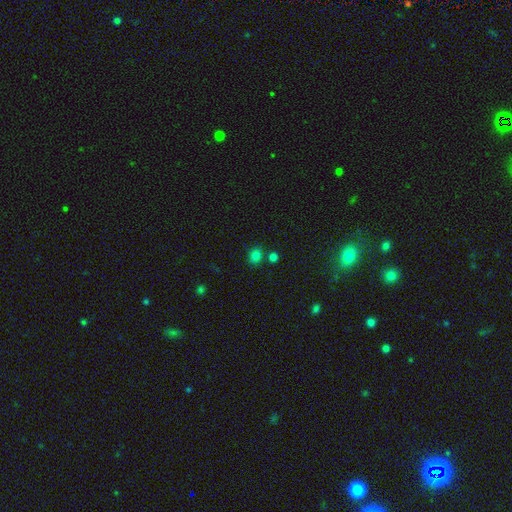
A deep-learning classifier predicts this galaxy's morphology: smooth 79%, star or artifact 17%, featured or disk 5%. Down the decision tree: how rounded — round (67%); merging — none (74%).